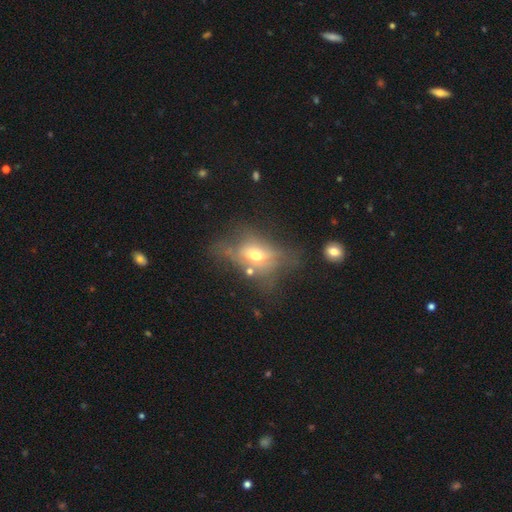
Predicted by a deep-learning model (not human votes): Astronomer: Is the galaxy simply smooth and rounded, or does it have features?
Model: featured or disk — 46% (runner-up: smooth, 41%).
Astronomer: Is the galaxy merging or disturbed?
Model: none — 40% (runner-up: major disturbance, 29%).